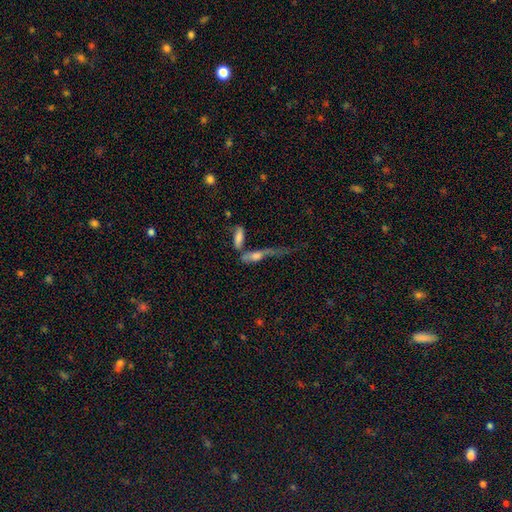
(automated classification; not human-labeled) Q: Smooth or featured?
A: smooth (56%); runner-up: featured or disk (33%)
Q: How rounded?
A: cigar-shaped (60%); runner-up: in between (36%)
Q: Merging?
A: merger (38%); runner-up: none (24%)